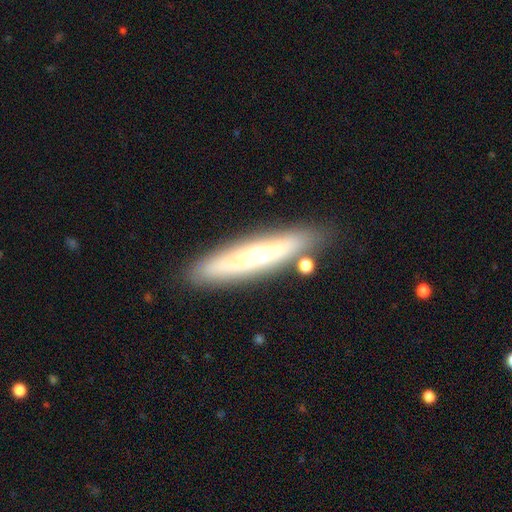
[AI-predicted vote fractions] Smooth or featured: smooth — 51% (featured or disk — 41%)
How rounded: cigar-shaped — 88% (in between — 11%)
Merging: none — 82% (minor disturbance — 11%)